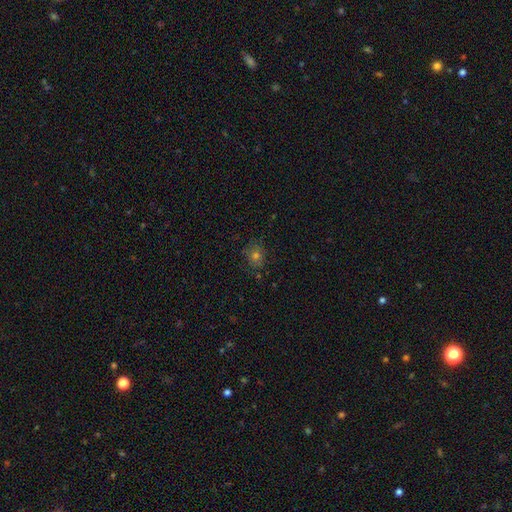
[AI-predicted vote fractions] smooth-or-featured: smooth: 61% | star or artifact: 26% | featured or disk: 13%
  how-rounded: round: 71% | in between: 28% | cigar-shaped: 1%
  merging: none: 81% | minor disturbance: 13% | major disturbance: 4% | merger: 2%